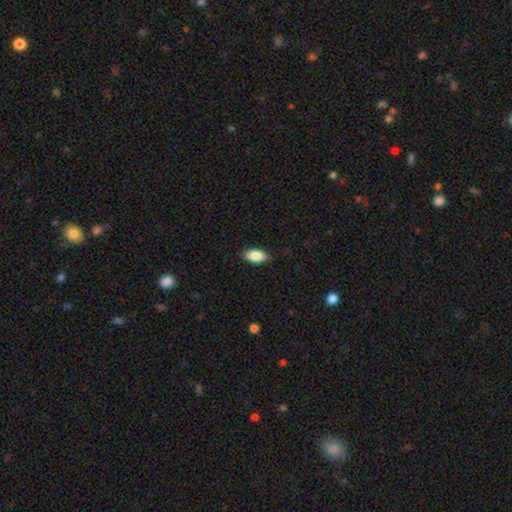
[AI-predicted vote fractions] Smooth or featured? smooth (85%)
How rounded? in between (91%)
Merging? none (87%)